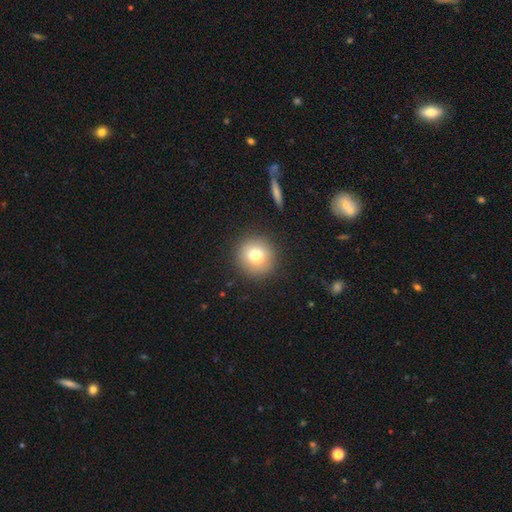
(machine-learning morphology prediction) Q: Smooth or featured?
A: smooth (77%); runner-up: featured or disk (13%)
Q: How rounded?
A: round (93%); runner-up: in between (6%)
Q: Merging?
A: none (90%); runner-up: minor disturbance (7%)